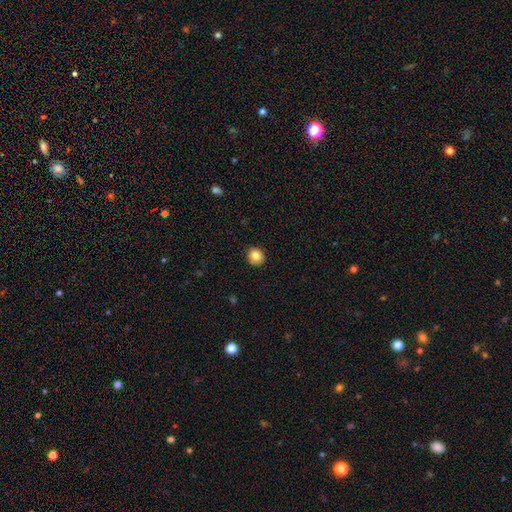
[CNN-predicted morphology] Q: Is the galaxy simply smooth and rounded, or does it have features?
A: smooth — 85%.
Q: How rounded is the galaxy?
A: round — 88%.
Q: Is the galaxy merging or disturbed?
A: none — 92%.